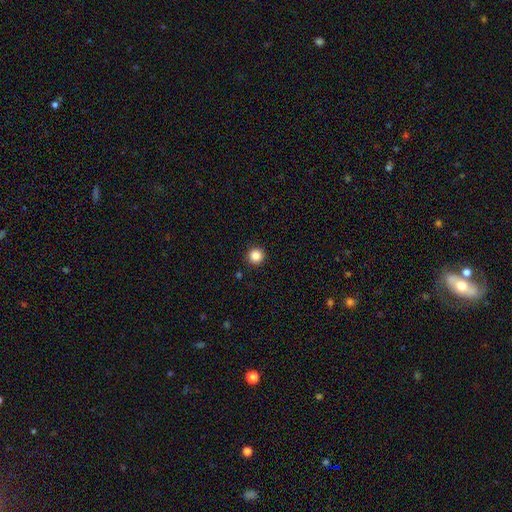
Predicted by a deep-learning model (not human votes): Smooth or featured? Predicted: smooth (p=0.86). How rounded? Predicted: round (p=0.95). Merging? Predicted: none (p=0.93).